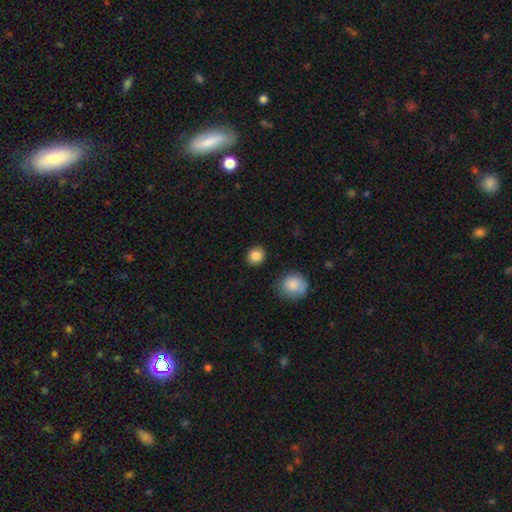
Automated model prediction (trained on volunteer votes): smooth 87%, star or artifact 9%, featured or disk 4%. Down the decision tree: how rounded — round (87%); merging — none (89%).